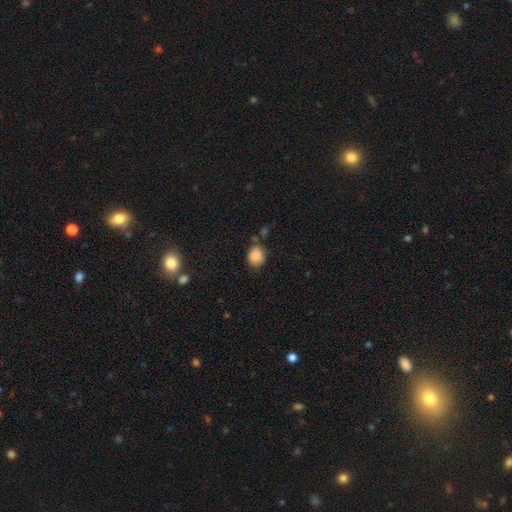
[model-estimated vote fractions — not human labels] This appears to be a smooth galaxy with no disk features (87%) that is round (63%). Merging: none (72%).